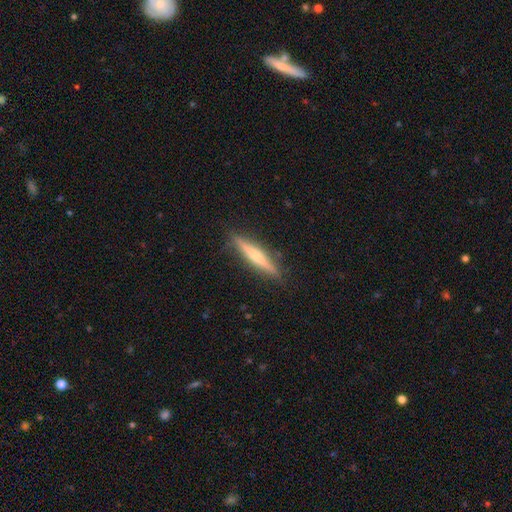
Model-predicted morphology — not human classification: This is possibly a featured or disk galaxy (53%). It is clearly viewed edge-on (96%). Edge-on bulge: likely rounded (66%). Merging: clearly none (89%).